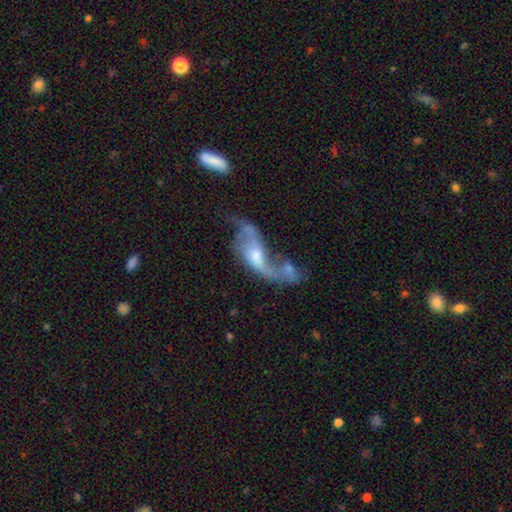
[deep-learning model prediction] A featured or disk galaxy (78%) with no bar (52%), 2 (79%) loose (87%) spiral arms (81%) and a moderate central bulge (46%).

Vote fractions:
- Smooth or featured? featured or disk: 78% / smooth: 15% / star or artifact: 8%
- Edge-on disk? no: 92% / yes: 8%
- Bar? no: 52% / weak: 37% / strong: 11%
- Spiral arms? yes: 81% / no: 19%
- Spiral winding? loose: 87% / medium: 10% / tight: 3%
- Spiral arm count? 2: 79% / 1: 8% / can't tell: 7% / 3: 3% / 4: 2% / more than 4: 1%
- Bulge size? moderate: 46% / small: 39% / none: 8% / large: 5% / dominant: 2%
- Merging? merger: 32% / major disturbance: 28% / none: 26% / minor disturbance: 14%